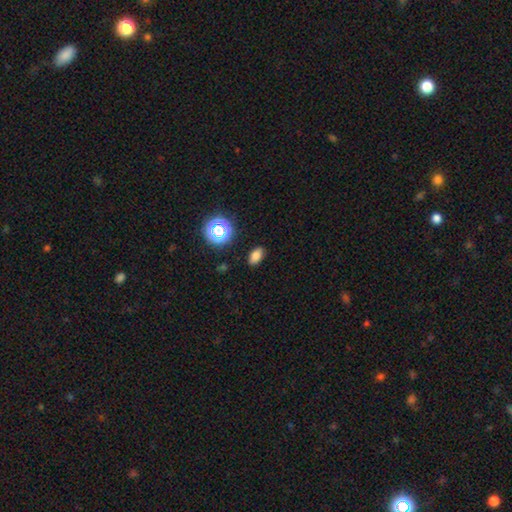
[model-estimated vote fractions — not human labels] smooth 76%, star or artifact 17%, featured or disk 7%. Down the decision tree: how rounded — in between (88%); merging — none (87%).